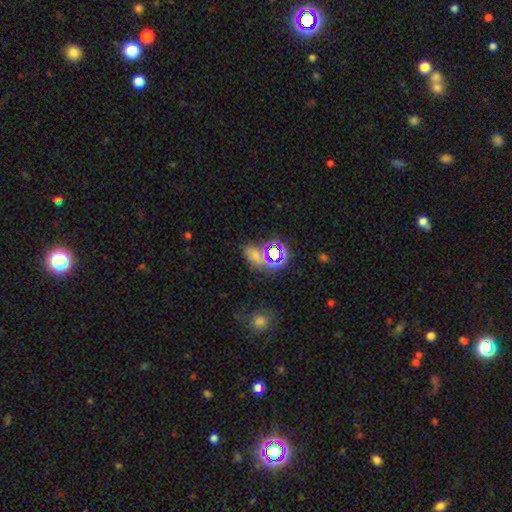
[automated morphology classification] smooth_or_featured: star or artifact (p=0.49) [alt: smooth p=0.40]